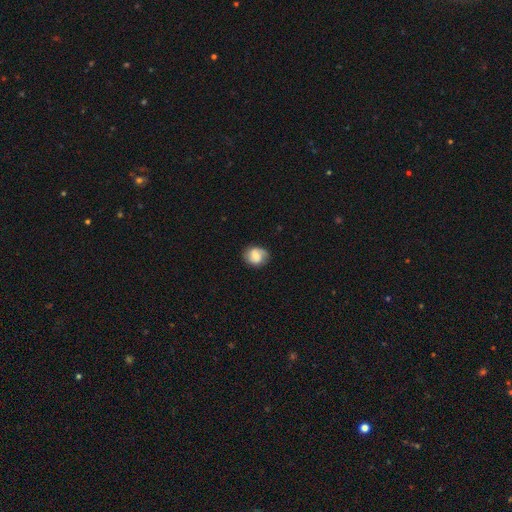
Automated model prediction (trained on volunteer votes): Smooth or featured? Predicted: smooth (p=0.55). How rounded? Predicted: round (p=0.67). Merging? Predicted: none (p=0.77).